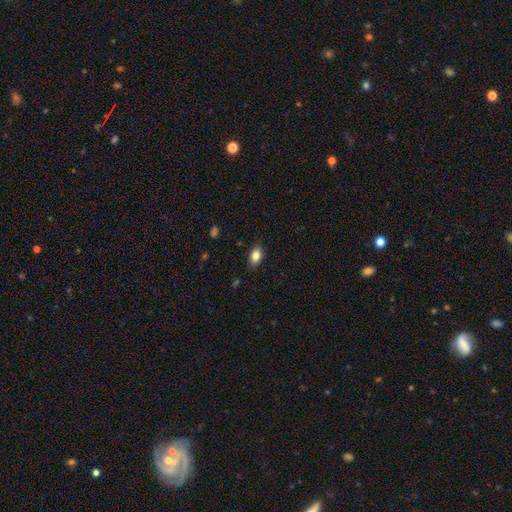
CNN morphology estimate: Smooth or featured? Predicted: smooth (p=0.84). How rounded? Predicted: in between (p=0.86). Merging? Predicted: none (p=0.84).